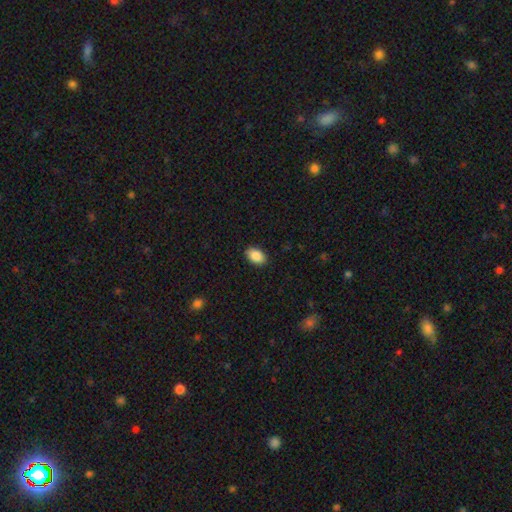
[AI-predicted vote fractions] This is clearly a smooth galaxy (88%). How rounded: clearly in between (88%). Merging: clearly none (88%).